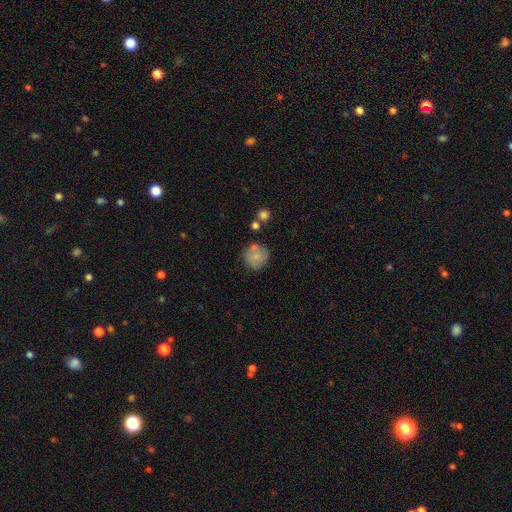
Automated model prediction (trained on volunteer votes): Smooth or featured: smooth — 73% (featured or disk — 18%)
How rounded: round — 90% (in between — 9%)
Merging: none — 67% (minor disturbance — 17%)